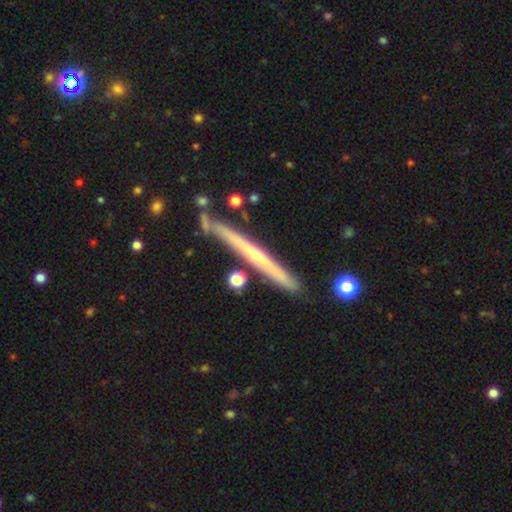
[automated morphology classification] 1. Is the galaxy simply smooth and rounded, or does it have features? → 66% featured or disk, 28% smooth, 6% star or artifact.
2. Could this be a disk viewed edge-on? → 96% yes, 4% no.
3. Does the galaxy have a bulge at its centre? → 55% none, 42% rounded, 3% boxy.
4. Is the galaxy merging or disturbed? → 83% none, 11% minor disturbance, 4% merger, 2% major disturbance.